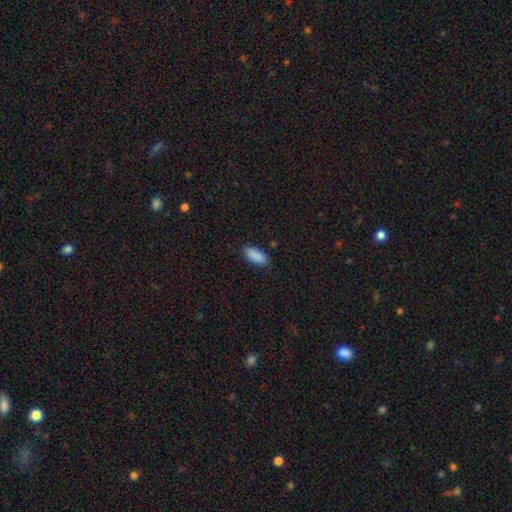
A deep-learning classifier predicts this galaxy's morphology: Smooth or featured? smooth (90%)
How rounded? in between (83%)
Merging? none (86%)